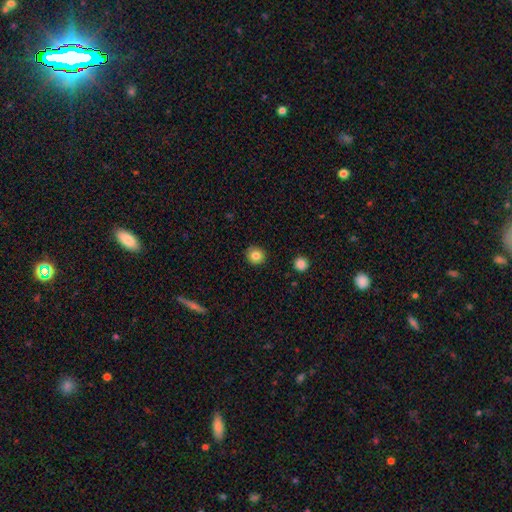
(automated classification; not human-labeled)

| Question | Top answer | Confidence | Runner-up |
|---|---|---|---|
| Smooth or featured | smooth | 83% | star or artifact (10%) |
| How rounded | round | 91% | in between (8%) |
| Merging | none | 91% | minor disturbance (6%) |